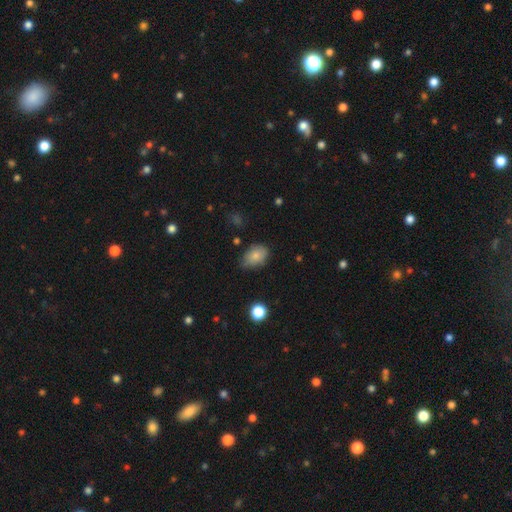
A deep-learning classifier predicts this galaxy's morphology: smooth 82%, featured or disk 10%, star or artifact 8%. Down the decision tree: how rounded — in between (81%); merging — none (63%).